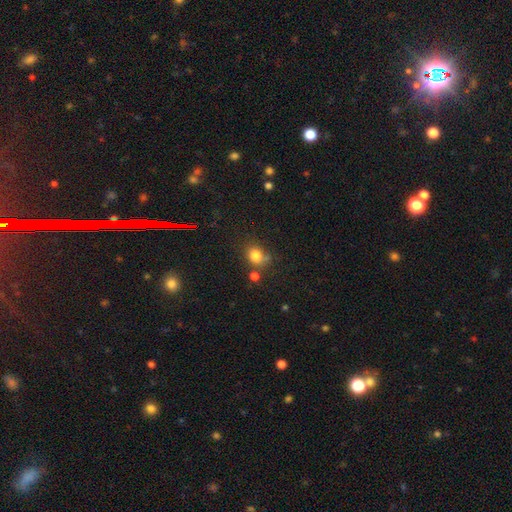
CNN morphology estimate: smooth_or_featured: smooth (p=0.79) [alt: star or artifact p=0.14]
how_rounded: round (p=0.60) [alt: in between p=0.39]
merging: none (p=0.59) [alt: minor disturbance p=0.20]